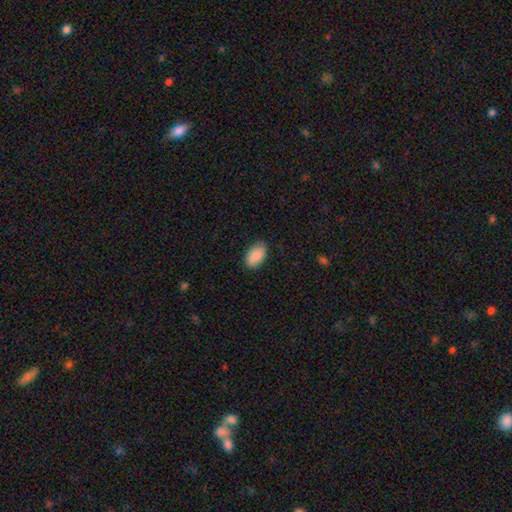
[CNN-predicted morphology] Overall: smooth (90%). How rounded: in between (94%). Merging: none (84%).